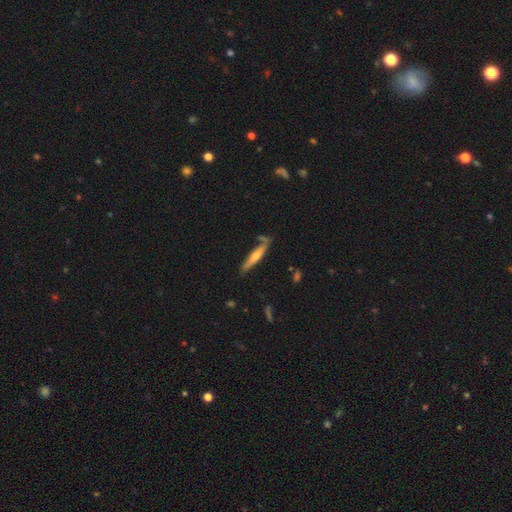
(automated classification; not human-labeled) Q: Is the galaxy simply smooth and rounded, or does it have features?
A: featured or disk — 56%.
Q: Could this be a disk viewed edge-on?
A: yes — 92%.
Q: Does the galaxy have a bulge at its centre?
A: rounded — 75%.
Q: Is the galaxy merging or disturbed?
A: none — 76%.